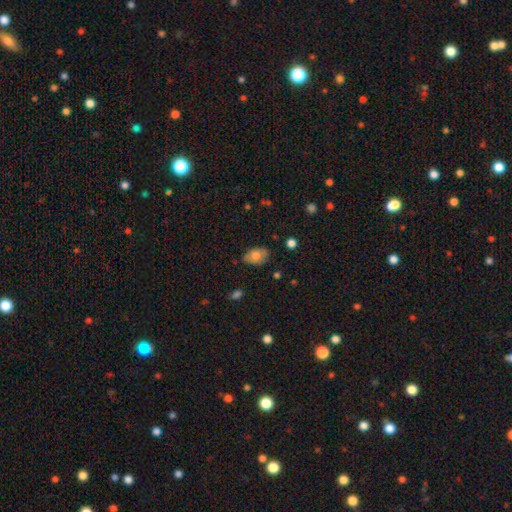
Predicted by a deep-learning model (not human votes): Overall: smooth (74%). How rounded: in between (86%). Merging: none (73%).